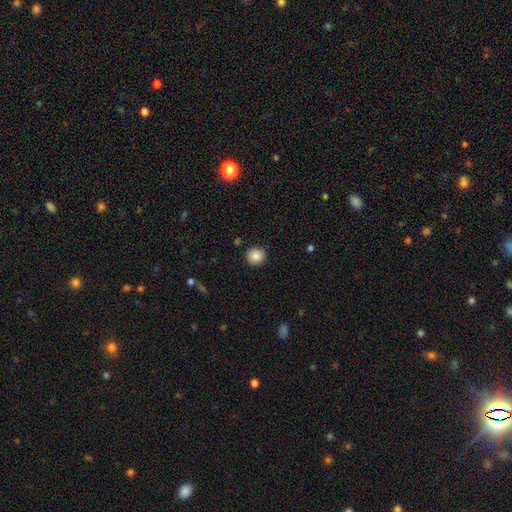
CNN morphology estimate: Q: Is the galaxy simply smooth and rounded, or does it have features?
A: smooth — 86%.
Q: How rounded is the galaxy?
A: round — 92%.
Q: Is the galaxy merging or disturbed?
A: none — 91%.